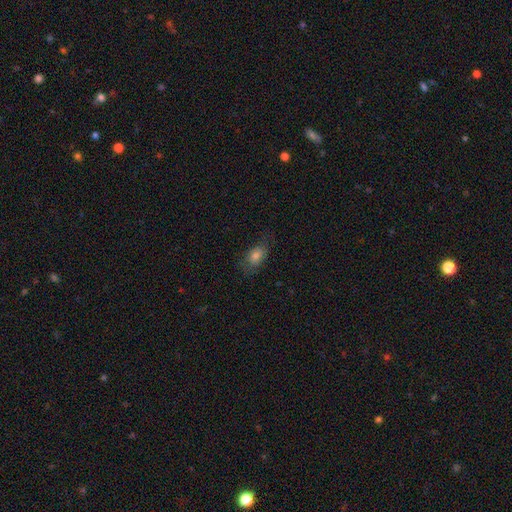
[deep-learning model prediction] The model was most divided on "merging": none: 69%, minor disturbance: 21%, major disturbance: 9%, merger: 1%. More confident: how rounded — in between (80%); smooth or featured — smooth (71%).